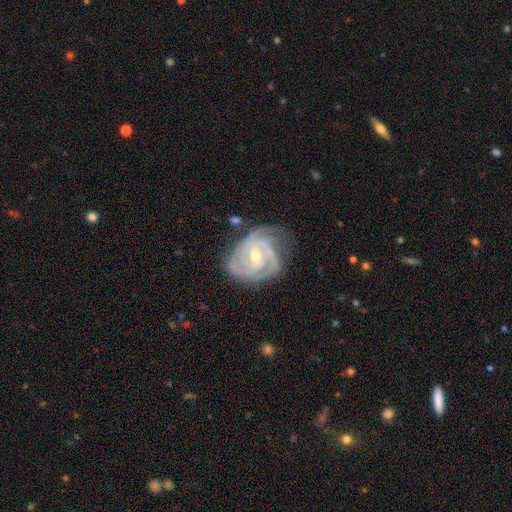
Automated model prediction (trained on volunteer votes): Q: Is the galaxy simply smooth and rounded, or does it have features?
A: featured or disk — 89%.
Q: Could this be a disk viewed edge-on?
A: no — 98%.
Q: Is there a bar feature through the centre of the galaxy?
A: weak — 49%.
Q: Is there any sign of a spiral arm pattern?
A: yes — 97%.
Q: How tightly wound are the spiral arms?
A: tight — 65%.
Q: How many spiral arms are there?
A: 3 — 43%.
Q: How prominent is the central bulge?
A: moderate — 49%.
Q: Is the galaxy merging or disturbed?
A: none — 60%.